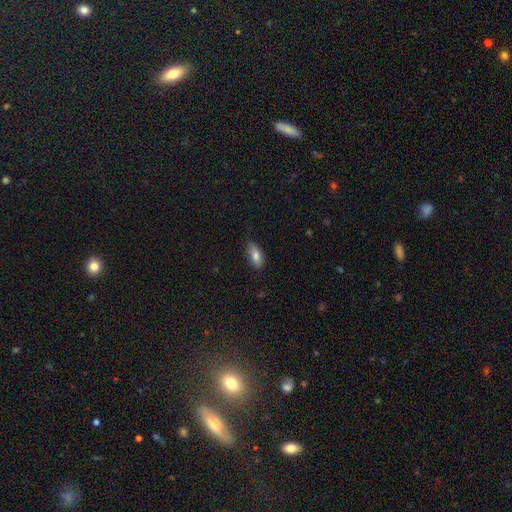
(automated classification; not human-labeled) Overall: smooth (80%). How rounded: in between (85%). Merging: none (81%).